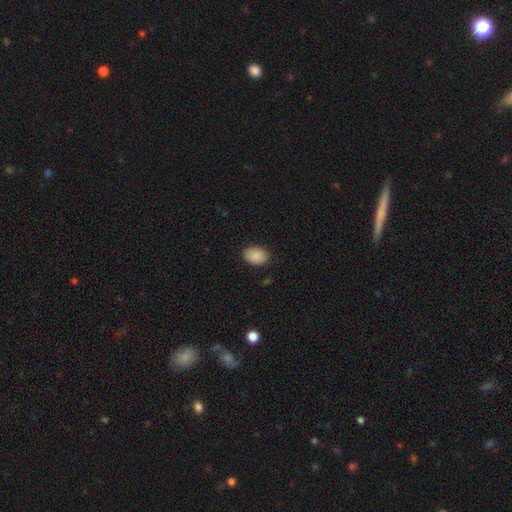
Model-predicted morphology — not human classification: smooth 90%, star or artifact 7%, featured or disk 3%. Down the decision tree: how rounded — in between (78%); merging — none (88%).